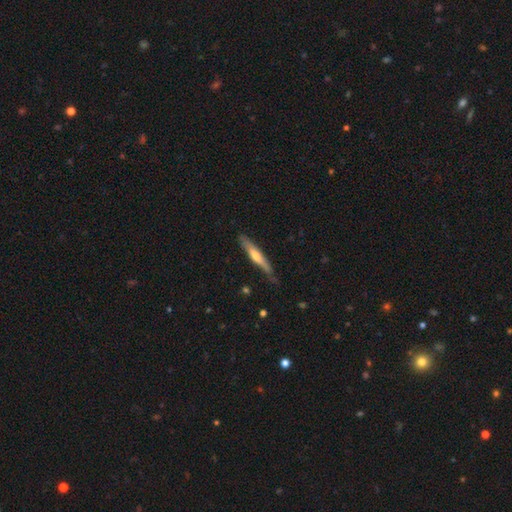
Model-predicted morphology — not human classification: Smooth or featured: featured or disk — 52% (smooth — 42%)
Edge-on disk: yes — 92% (no — 8%)
Merging: none — 74% (minor disturbance — 20%)